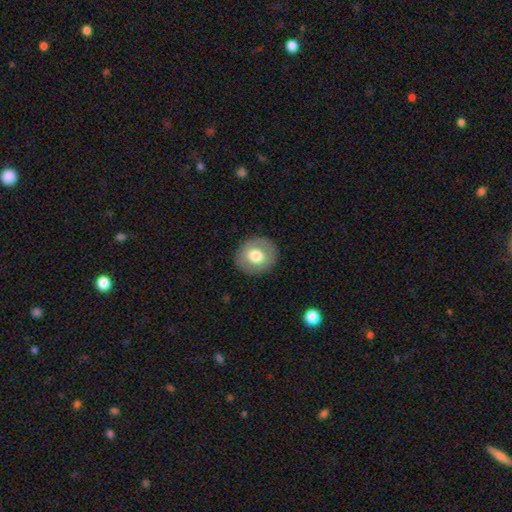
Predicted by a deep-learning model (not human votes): Overall: smooth (66%; featured or disk 27%). How rounded: round (81%). Merging: none (88%).